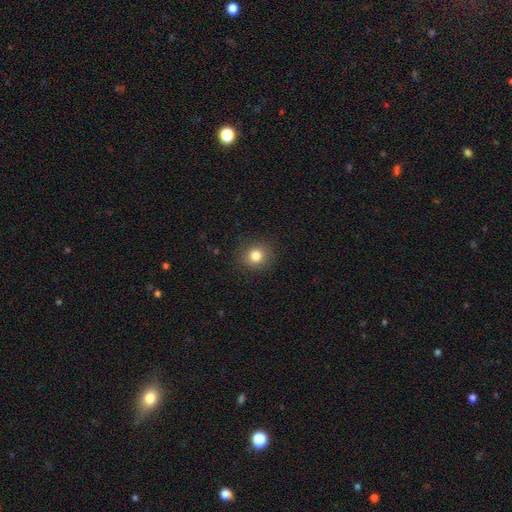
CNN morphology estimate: Overall: smooth (82%). How rounded: round (84%). Merging: none (89%).